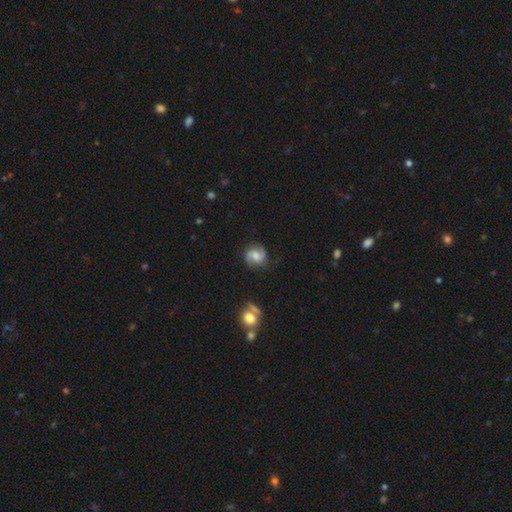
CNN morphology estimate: Smooth or featured? Predicted: featured or disk (p=0.76). Edge-on disk? Predicted: no (p=0.98). Bar? Predicted: no (p=0.46). Spiral arms? Predicted: yes (p=0.96). Spiral winding? Predicted: medium (p=0.51). Spiral arm count? Predicted: 2 (p=0.91). Bulge size? Predicted: moderate (p=0.55). Merging? Predicted: none (p=0.81).